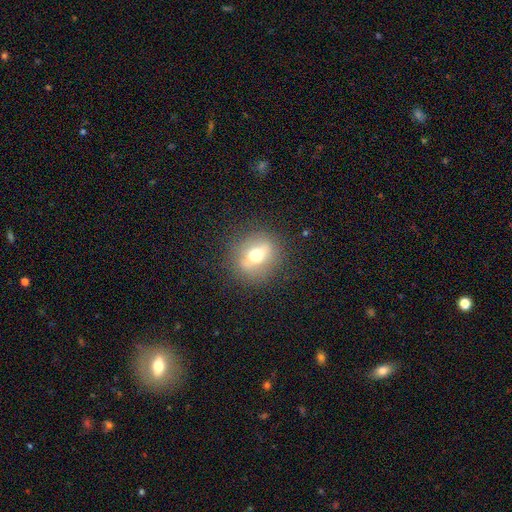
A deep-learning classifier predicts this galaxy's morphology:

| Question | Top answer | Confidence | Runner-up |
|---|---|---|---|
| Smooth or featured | smooth | 47% | featured or disk (42%) |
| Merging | none | 84% | minor disturbance (10%) |